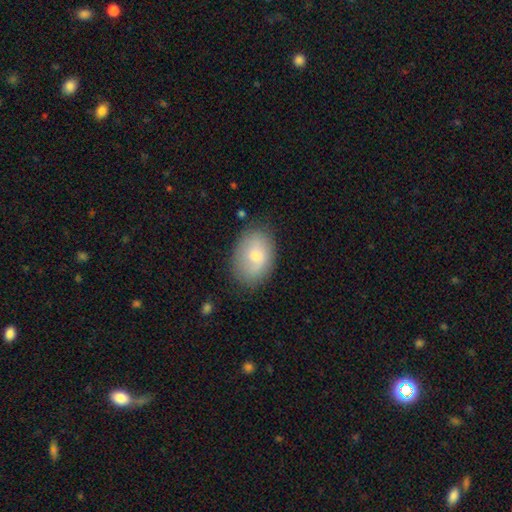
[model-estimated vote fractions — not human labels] smooth 69%, featured or disk 24%, star or artifact 8%. Down the decision tree: how rounded — in between (79%); merging — none (79%).